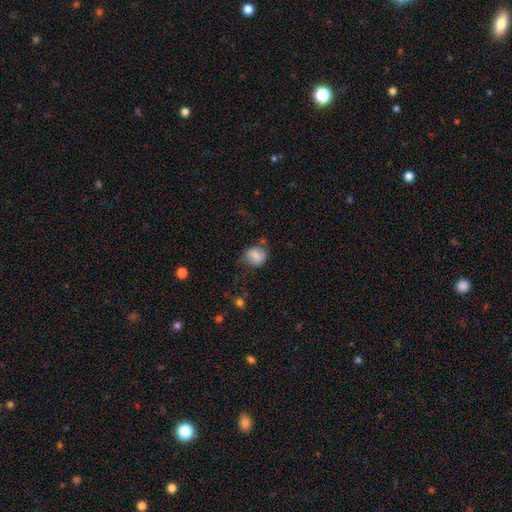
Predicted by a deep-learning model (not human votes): The model was most divided on "merging": none: 63%, minor disturbance: 23%, major disturbance: 9%, merger: 5%. More confident: smooth or featured — smooth (80%); how rounded — round (74%).